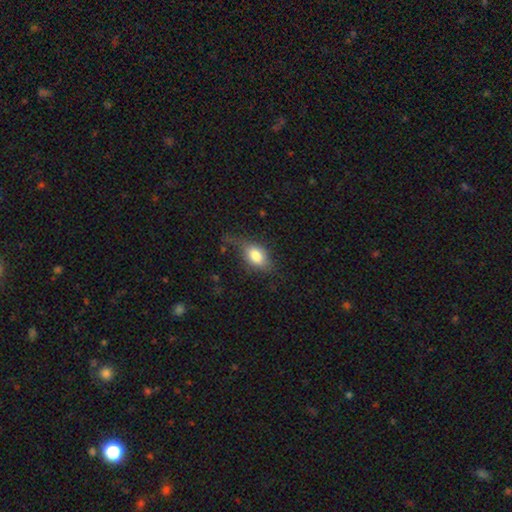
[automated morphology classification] Overall: smooth (77%). How rounded: in between (84%). Merging: none (52%; minor disturbance 30%).